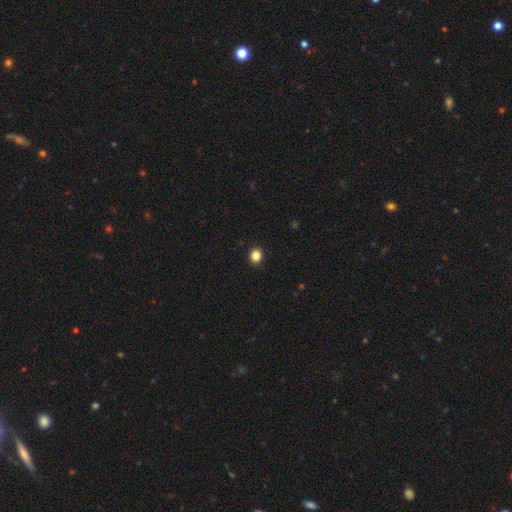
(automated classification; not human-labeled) This appears to be a smooth galaxy with no disk features (86%) that is round (74%). Merging: none (93%).